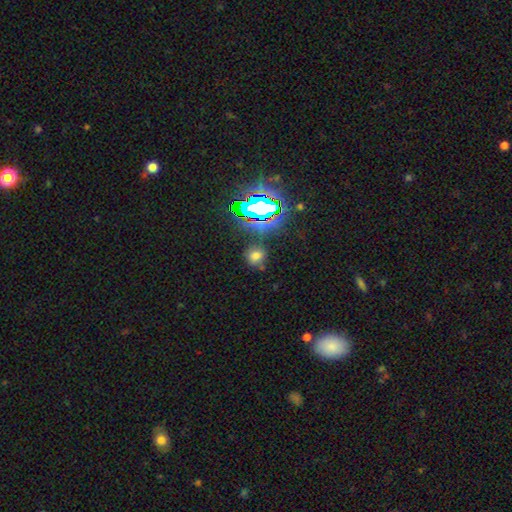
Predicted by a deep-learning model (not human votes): Smooth or featured? Predicted: smooth (p=0.59). How rounded? Predicted: round (p=0.72). Merging? Predicted: none (p=0.77).